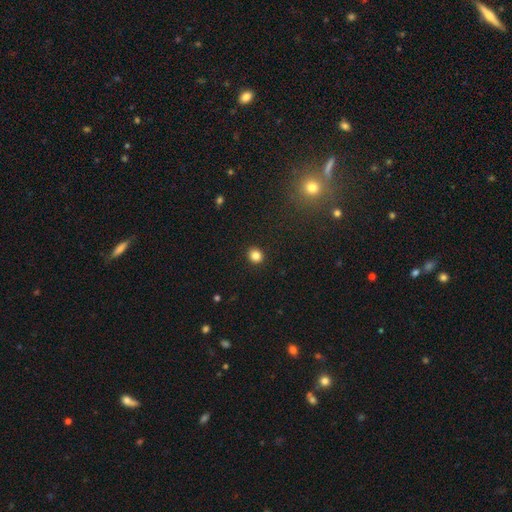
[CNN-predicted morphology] This is clearly a smooth galaxy (84%). How rounded: likely round (79%). Merging: clearly none (92%).